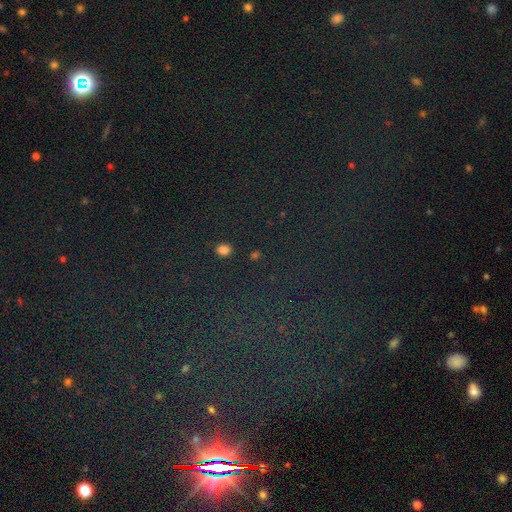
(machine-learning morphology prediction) smooth_or_featured: smooth (p=0.50) [alt: star or artifact p=0.43]
how_rounded: in between (p=0.53) [alt: round p=0.43]
merging: none (p=0.87) [alt: minor disturbance p=0.07]